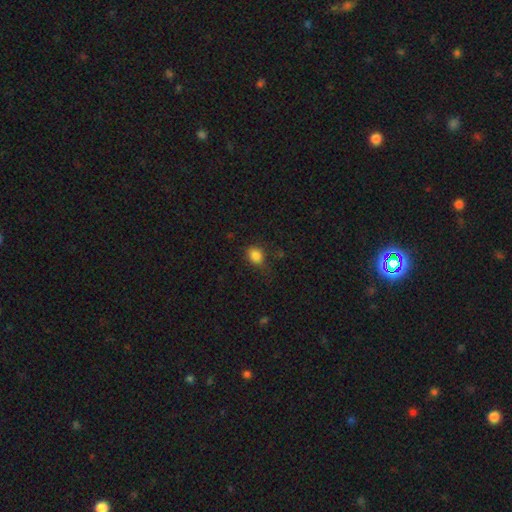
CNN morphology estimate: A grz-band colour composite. It shows a smooth galaxy with no disk features (84%) that is in between round and cigar-shaped (50%). Merging: none (71%).